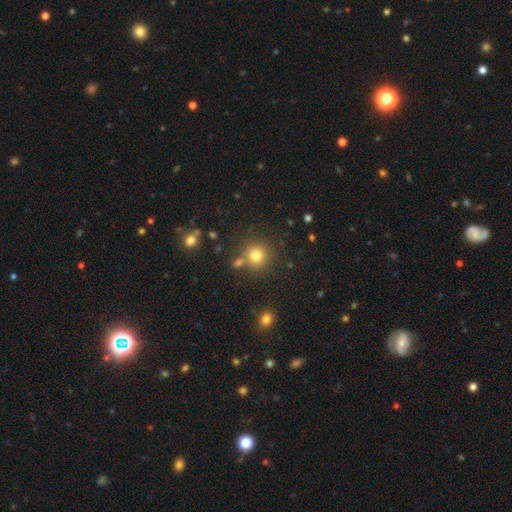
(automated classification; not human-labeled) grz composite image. It shows a smooth galaxy with no disk features (78%) that is round (92%). Merging: none (76%).